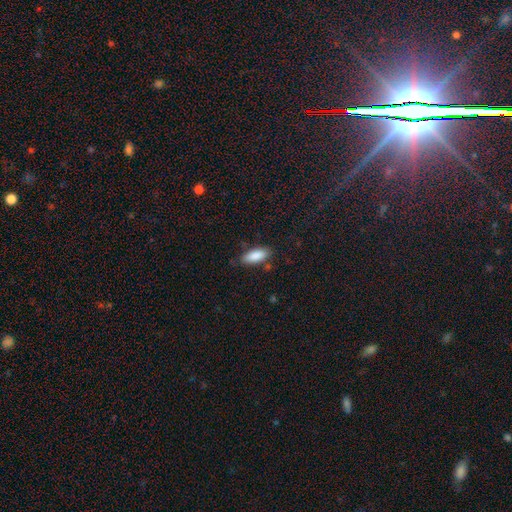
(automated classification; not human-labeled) smooth_or_featured: smooth (p=0.88) [alt: star or artifact p=0.06]
how_rounded: in between (p=0.81) [alt: cigar-shaped p=0.17]
merging: none (p=0.78) [alt: minor disturbance p=0.16]